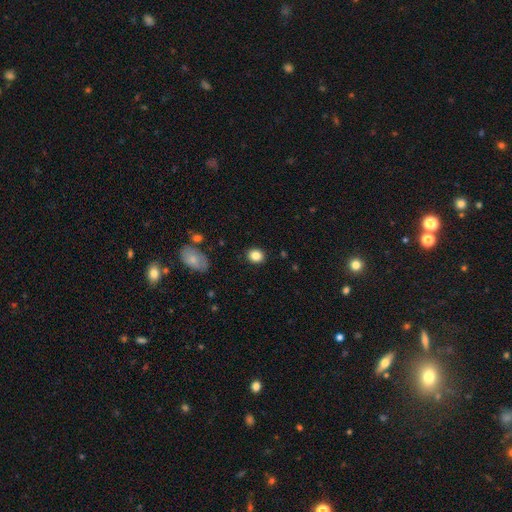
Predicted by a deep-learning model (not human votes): Smooth or featured? smooth (85%)
How rounded? round (66%)
Merging? none (89%)